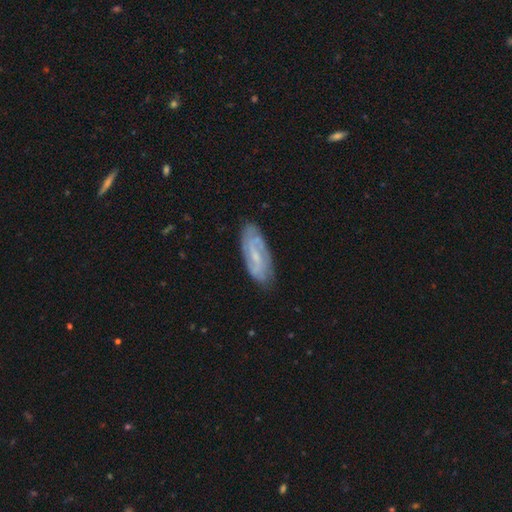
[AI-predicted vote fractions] Smooth or featured? featured or disk (73%)
Edge-on disk? no (90%)
Bar? weak (52%)
Spiral arms? yes (88%)
Spiral winding? tight (43%)
Spiral arm count? 2 (58%)
Bulge size? small (65%)
Merging? none (79%)